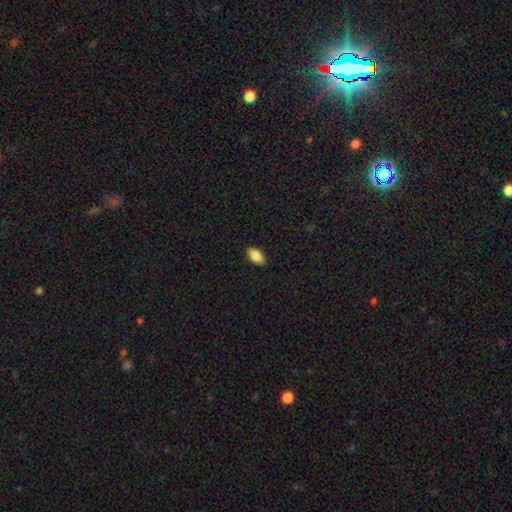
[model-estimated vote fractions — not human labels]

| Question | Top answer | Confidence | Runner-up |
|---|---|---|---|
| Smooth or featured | smooth | 86% | featured or disk (7%) |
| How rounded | in between | 92% | cigar-shaped (5%) |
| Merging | none | 88% | minor disturbance (9%) |